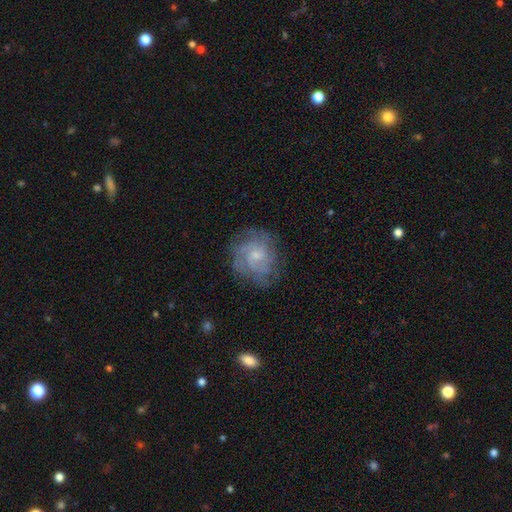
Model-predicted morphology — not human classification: A featured or disk galaxy (76%) with no bar (64%), tight (56%) spiral arms (93%) and a small central bulge (67%). Merging: none (74%).